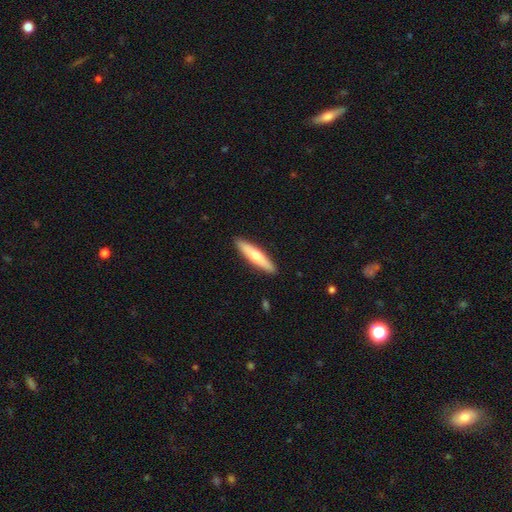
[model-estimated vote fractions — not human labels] Q: Smooth or featured?
A: smooth (65%); runner-up: featured or disk (30%)
Q: How rounded?
A: cigar-shaped (86%); runner-up: in between (13%)
Q: Merging?
A: none (91%); runner-up: minor disturbance (7%)